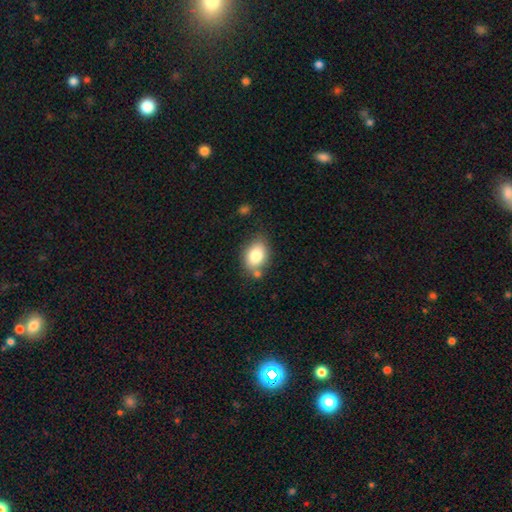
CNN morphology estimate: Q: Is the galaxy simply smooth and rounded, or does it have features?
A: smooth — 81%.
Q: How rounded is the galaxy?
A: in between — 80%.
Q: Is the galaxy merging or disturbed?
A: none — 70%.